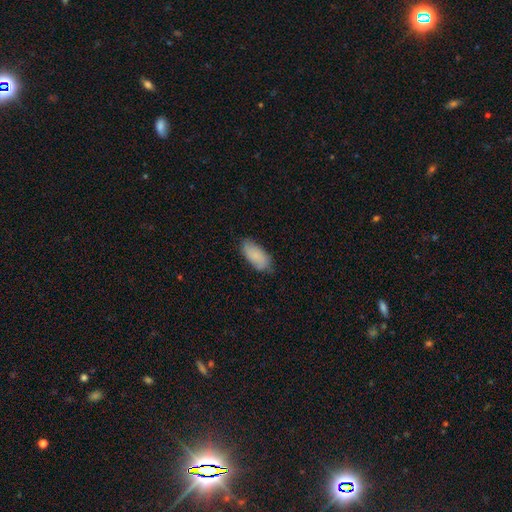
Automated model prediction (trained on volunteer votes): A smooth galaxy with no disk features (81%) that is in between round and cigar-shaped (91%). Merging: none (74%).